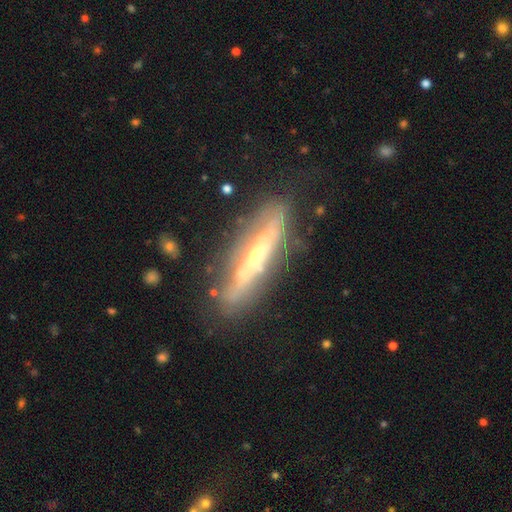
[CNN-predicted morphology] Smooth or featured? Predicted: featured or disk (p=0.73). Edge-on disk? Predicted: yes (p=0.67). Merging? Predicted: none (p=0.75).